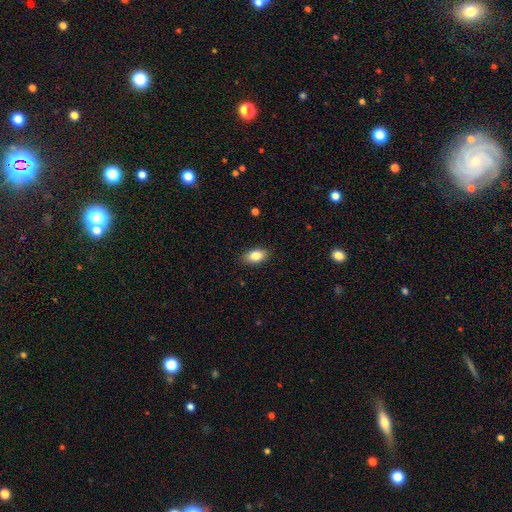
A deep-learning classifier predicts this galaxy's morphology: A smooth galaxy with no disk features (84%) that is in between round and cigar-shaped (90%). Merging: none (88%).